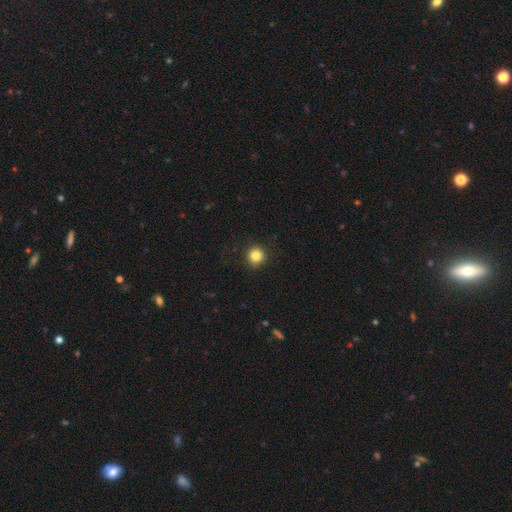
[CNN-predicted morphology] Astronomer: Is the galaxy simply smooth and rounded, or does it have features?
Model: smooth — 84%.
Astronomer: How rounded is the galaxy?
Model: round — 93%.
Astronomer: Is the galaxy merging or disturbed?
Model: none — 91%.